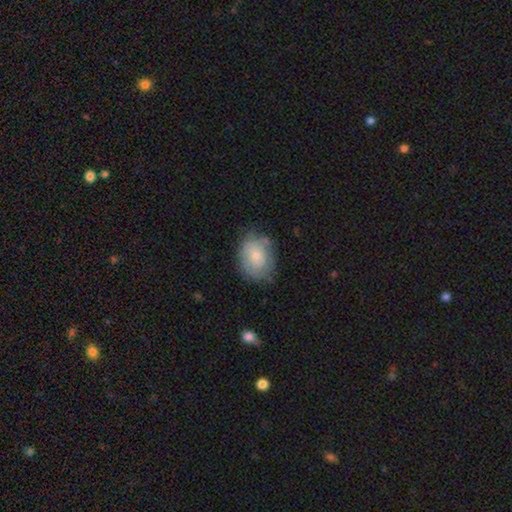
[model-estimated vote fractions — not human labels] Smooth or featured?
  - smooth: 70% *
  - featured or disk: 23%
  - star or artifact: 7%
How rounded?
  - in between: 61% *
  - round: 38%
  - cigar-shaped: 1%
Merging?
  - none: 63% *
  - minor disturbance: 26%
  - major disturbance: 8%
  - merger: 3%